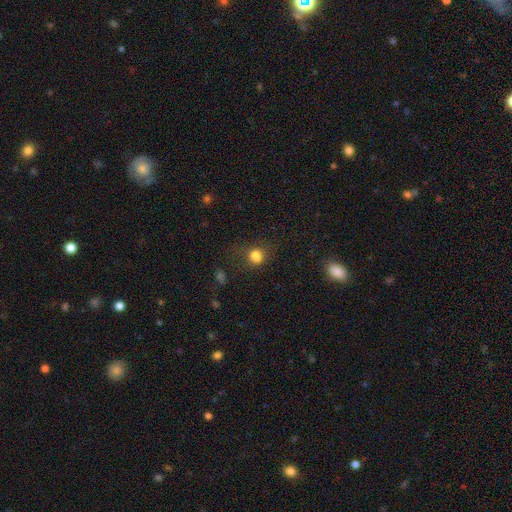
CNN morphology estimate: The model was most divided on "merging": none: 64%, minor disturbance: 20%, major disturbance: 11%, merger: 5%. More confident: smooth or featured — smooth (80%); how rounded — round (72%).